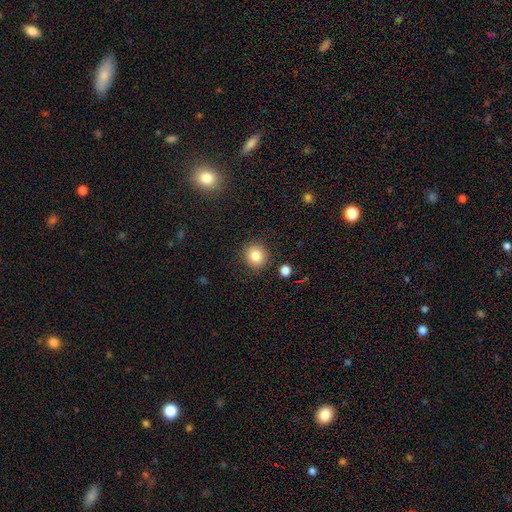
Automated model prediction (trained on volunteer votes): A smooth galaxy with no disk features (83%) that is round (88%). Merging: none (87%).